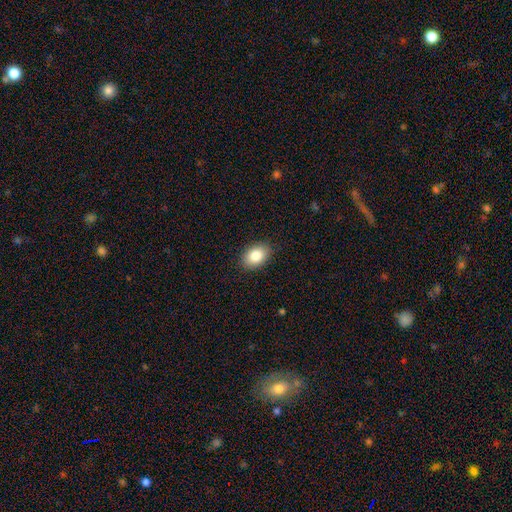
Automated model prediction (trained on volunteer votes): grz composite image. It shows a smooth galaxy with no disk features (85%) that is in between round and cigar-shaped (84%). Merging: none (89%).